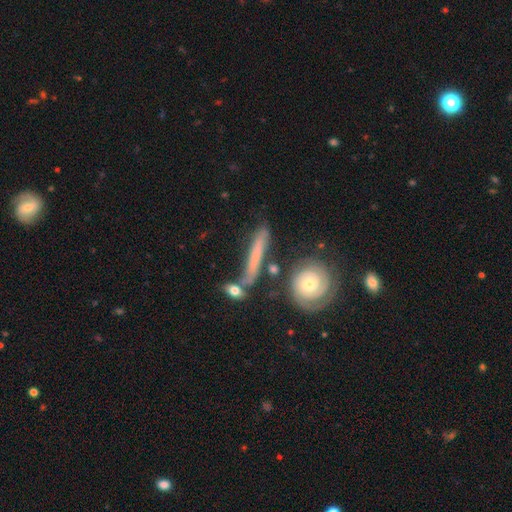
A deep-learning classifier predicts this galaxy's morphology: A featured or disk galaxy (53%) viewed edge-on (56%). Merging: none (70%).